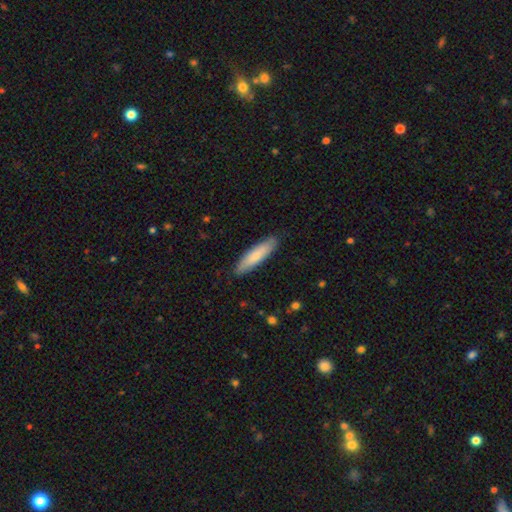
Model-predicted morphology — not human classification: smooth 76%, featured or disk 19%, star or artifact 5%. Down the decision tree: how rounded — cigar-shaped (73%); merging — none (87%).